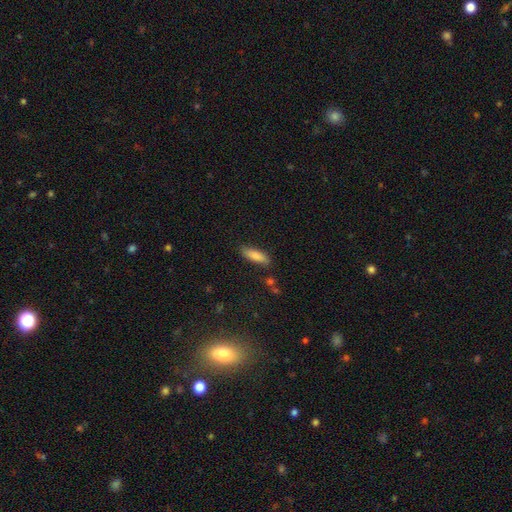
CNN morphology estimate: A smooth galaxy with no disk features (84%) that is in between round and cigar-shaped (54%).

Vote fractions:
- Smooth or featured? smooth: 84% / featured or disk: 10% / star or artifact: 7%
- How rounded? in between: 54% / cigar-shaped: 45% / round: 2%
- Merging? none: 80% / minor disturbance: 14% / major disturbance: 3% / merger: 3%